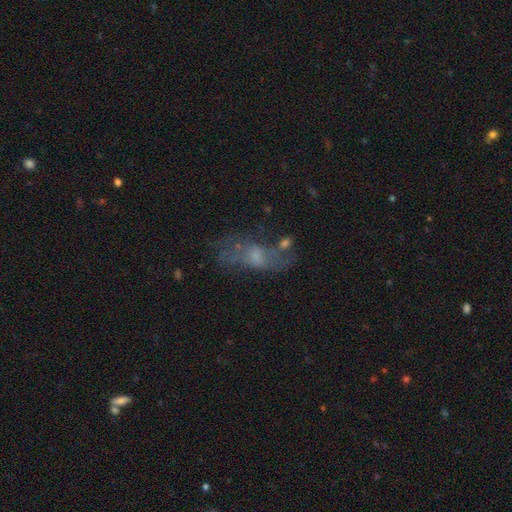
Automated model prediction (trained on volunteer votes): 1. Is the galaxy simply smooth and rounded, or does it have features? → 45% featured or disk, 30% smooth, 24% star or artifact.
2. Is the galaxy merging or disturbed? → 60% none, 18% minor disturbance, 13% major disturbance, 9% merger.